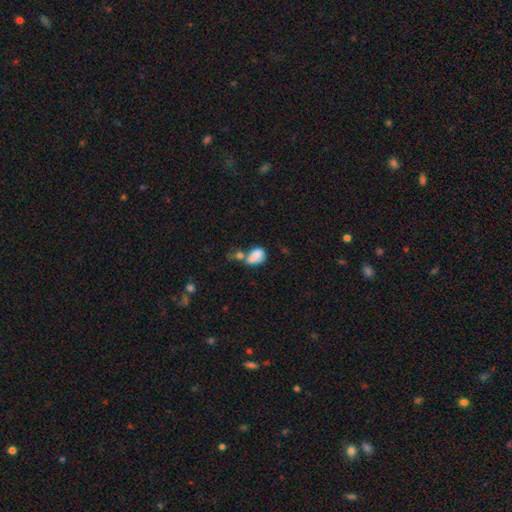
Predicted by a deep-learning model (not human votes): Q: Smooth or featured?
A: smooth (79%); runner-up: featured or disk (11%)
Q: How rounded?
A: in between (83%); runner-up: round (14%)
Q: Merging?
A: merger (38%); runner-up: none (29%)